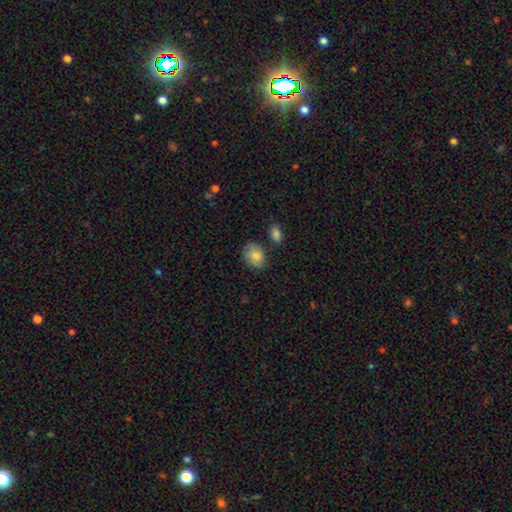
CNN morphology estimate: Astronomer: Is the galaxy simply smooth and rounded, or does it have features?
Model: smooth — 77%.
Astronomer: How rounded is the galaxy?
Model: in between — 63%.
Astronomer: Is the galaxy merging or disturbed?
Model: none — 71%.